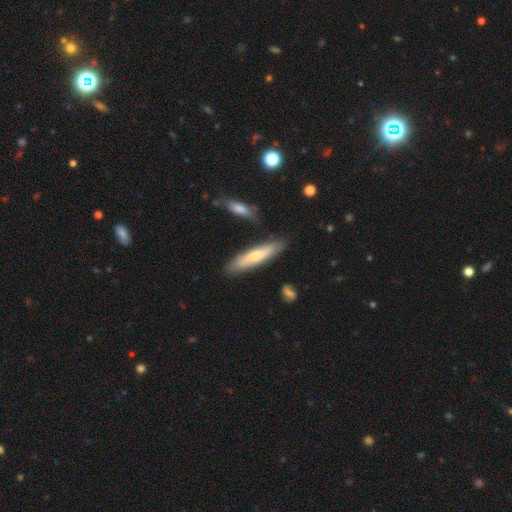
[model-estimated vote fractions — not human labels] Smooth or featured? Predicted: smooth (p=0.59). How rounded? Predicted: cigar-shaped (p=0.82). Merging? Predicted: none (p=0.82).